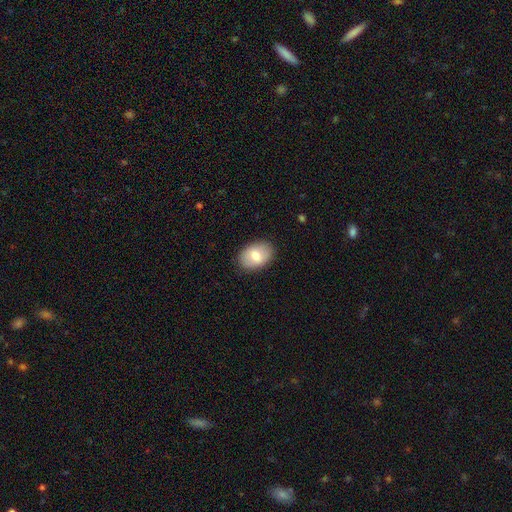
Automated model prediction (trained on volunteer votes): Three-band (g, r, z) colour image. It shows a smooth galaxy with no disk features (74%) that is in between round and cigar-shaped (82%). Merging: none (87%).